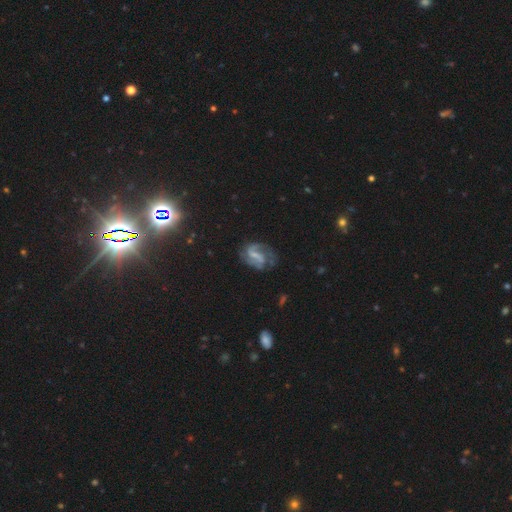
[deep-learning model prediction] A featured or disk galaxy (79%) with a weak bar (46%), 2 (75%) medium (46%) spiral arms (91%) and no central bulge (45%).

Vote fractions:
- Smooth or featured? featured or disk: 79% / smooth: 13% / star or artifact: 8%
- Edge-on disk? no: 97% / yes: 3%
- Bar? weak: 46% / strong: 35% / no: 19%
- Spiral arms? yes: 91% / no: 9%
- Spiral winding? medium: 46% / loose: 36% / tight: 19%
- Spiral arm count? 2: 75% / can't tell: 10% / 1: 6% / 3: 5% / 4: 2% / more than 4: 2%
- Bulge size? none: 45% / small: 33% / moderate: 17% / large: 4% / dominant: 1%
- Merging? none: 58% / minor disturbance: 21% / major disturbance: 17% / merger: 3%